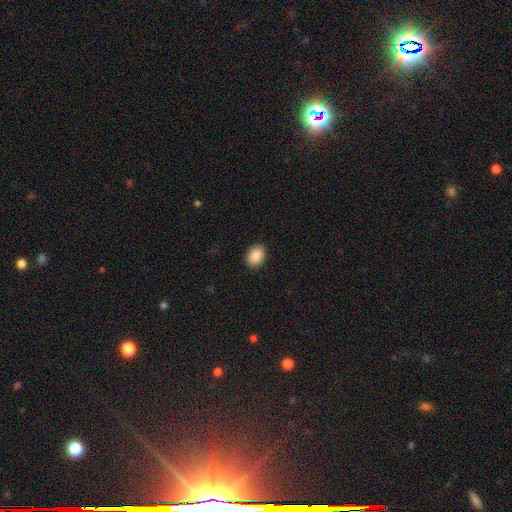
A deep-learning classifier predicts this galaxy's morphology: Smooth or featured?
  - smooth: 89% *
  - star or artifact: 7%
  - featured or disk: 4%
How rounded?
  - in between: 68% *
  - round: 31%
  - cigar-shaped: 1%
Merging?
  - none: 90% *
  - minor disturbance: 7%
  - major disturbance: 2%
  - merger: 1%